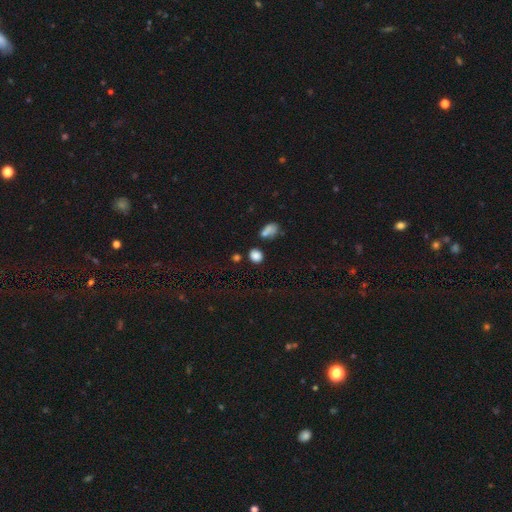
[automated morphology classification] The model was most divided on "how rounded": round: 68%, in between: 30%, cigar-shaped: 1%. More confident: smooth or featured — smooth (83%); merging — none (76%).